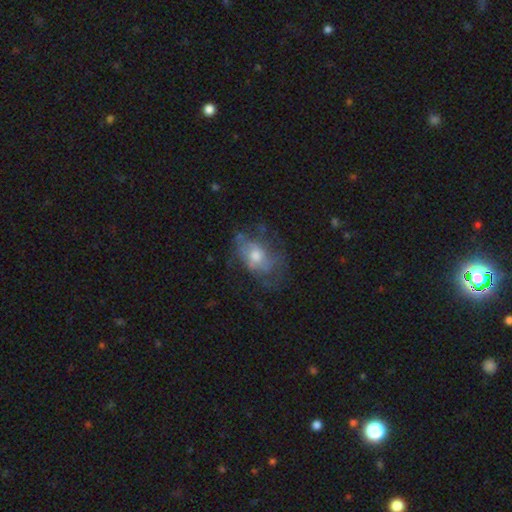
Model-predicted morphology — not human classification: The model was most divided on "smooth or featured": featured or disk: 49%, smooth: 42%, star or artifact: 9%. Remaining: merging — none (44%).